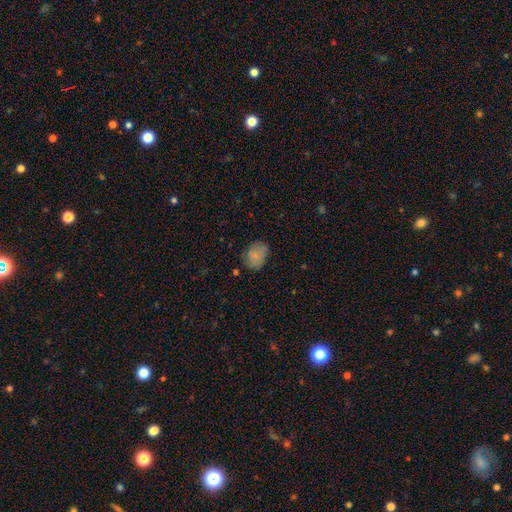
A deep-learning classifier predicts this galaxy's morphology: smooth_or_featured: smooth (p=0.80) [alt: featured or disk p=0.11]
how_rounded: in between (p=0.66) [alt: round p=0.33]
merging: none (p=0.70) [alt: minor disturbance p=0.23]